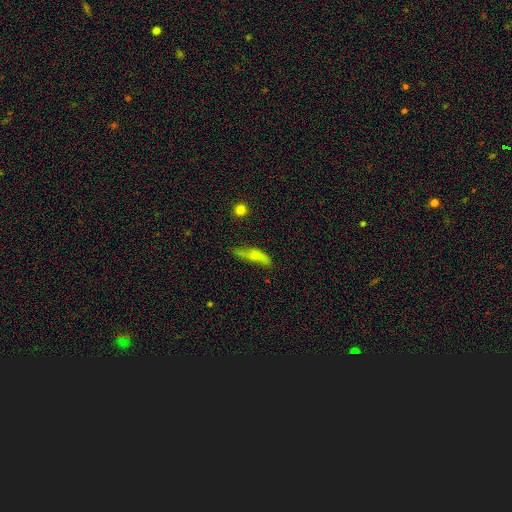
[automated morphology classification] Q: Smooth or featured?
A: smooth (55%); runner-up: featured or disk (37%)
Q: How rounded?
A: cigar-shaped (55%); runner-up: in between (41%)
Q: Merging?
A: none (46%); runner-up: minor disturbance (33%)